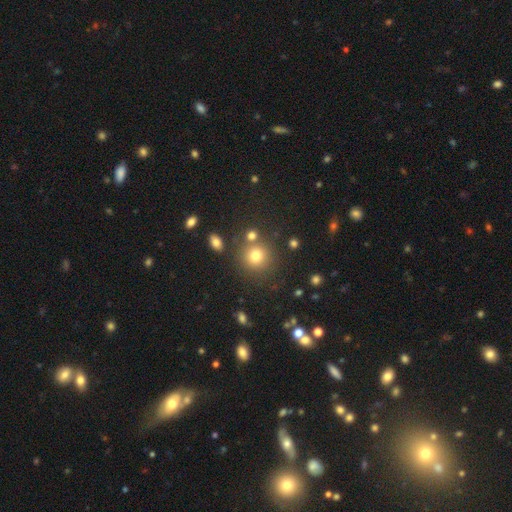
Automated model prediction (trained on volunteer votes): Smooth or featured: smooth — 77% (star or artifact — 15%)
How rounded: round — 90% (in between — 9%)
Merging: none — 76% (merger — 11%)